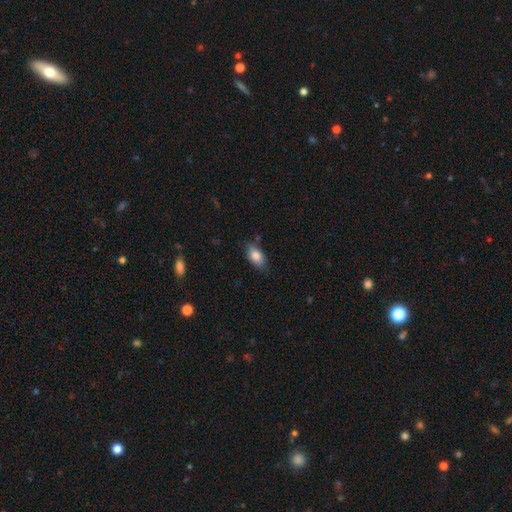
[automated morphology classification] smooth_or_featured: smooth (p=0.83) [alt: featured or disk p=0.10]
how_rounded: in between (p=0.91) [alt: round p=0.05]
merging: none (p=0.78) [alt: minor disturbance p=0.16]